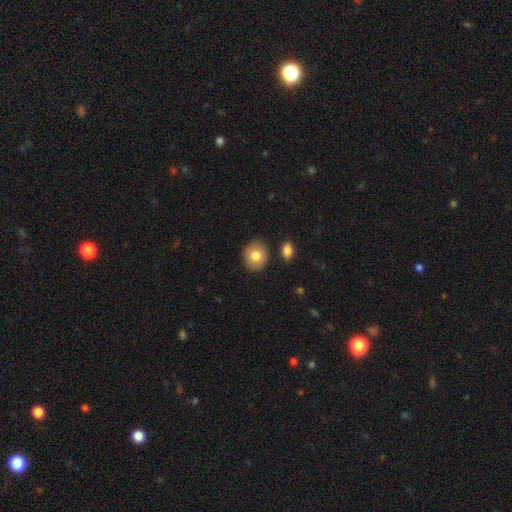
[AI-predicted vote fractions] smooth 81%, featured or disk 12%, star or artifact 7%. Down the decision tree: how rounded — round (76%); merging — none (85%).